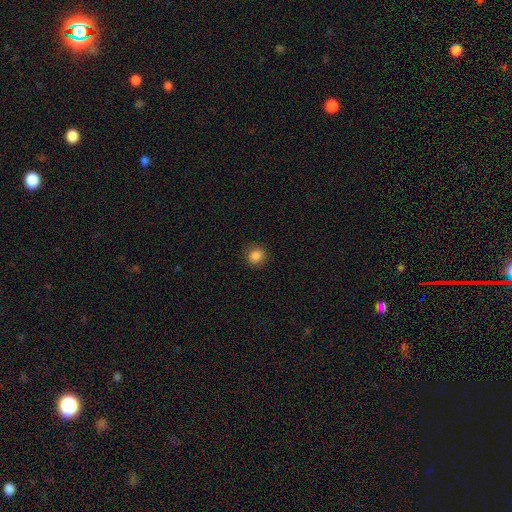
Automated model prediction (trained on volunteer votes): Smooth or featured? Predicted: smooth (p=0.85). How rounded? Predicted: round (p=0.80). Merging? Predicted: none (p=0.86).